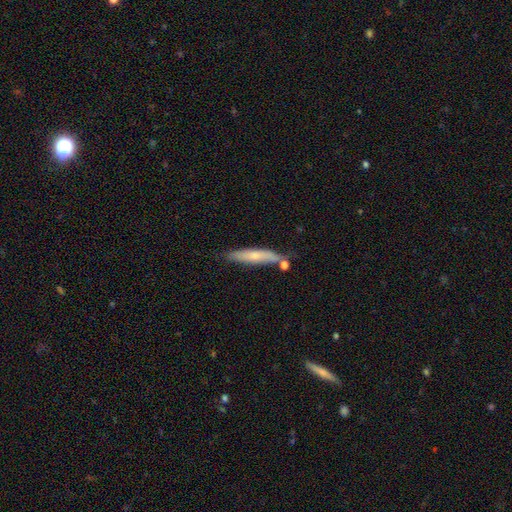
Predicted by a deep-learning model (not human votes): Smooth or featured?
  - smooth: 58% *
  - featured or disk: 35%
  - star or artifact: 6%
How rounded?
  - cigar-shaped: 88% *
  - in between: 11%
  - round: 2%
Merging?
  - none: 68% *
  - minor disturbance: 18%
  - merger: 10%
  - major disturbance: 4%